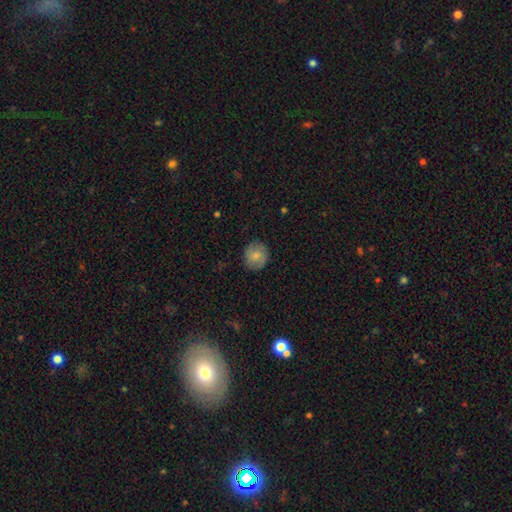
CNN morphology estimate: smooth 74%, featured or disk 18%, star or artifact 7%. Down the decision tree: how rounded — round (87%); merging — none (85%).